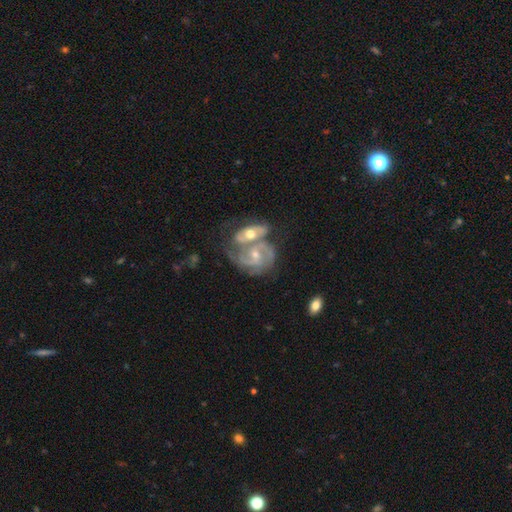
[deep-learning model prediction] Smooth or featured: featured or disk — 83% (smooth — 11%)
Edge-on disk: no — 97% (yes — 3%)
Bar: no — 54% (weak — 36%)
Spiral arms: yes — 93% (no — 7%)
Spiral winding: medium — 47% (tight — 41%)
Spiral arm count: 2 — 52% (3 — 19%)
Bulge size: small — 49% (moderate — 46%)
Merging: merger — 57% (none — 24%)